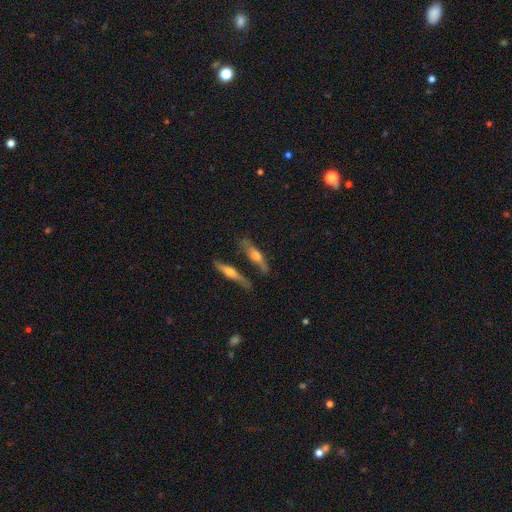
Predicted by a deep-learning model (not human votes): featured or disk 57%, smooth 36%, star or artifact 7%. Down the decision tree: edge-on disk — yes (87%); merging — none (66%).